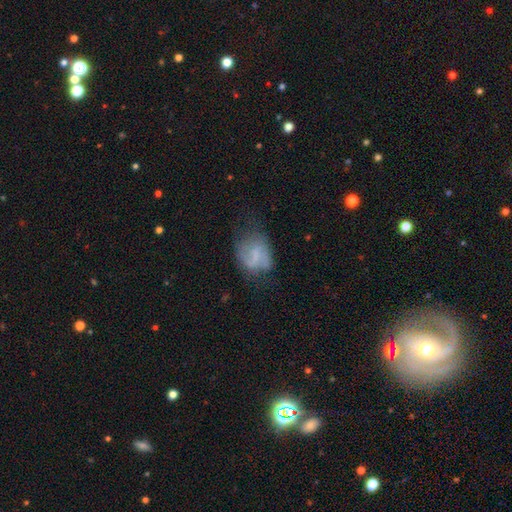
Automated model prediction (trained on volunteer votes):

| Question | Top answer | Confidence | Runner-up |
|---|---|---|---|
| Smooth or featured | smooth | 50% | featured or disk (40%) |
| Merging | none | 40% | minor disturbance (31%) |